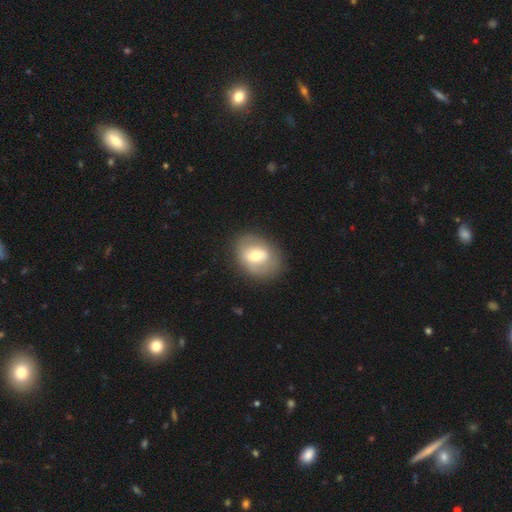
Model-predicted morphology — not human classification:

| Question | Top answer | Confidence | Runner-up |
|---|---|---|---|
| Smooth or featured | smooth | 47% | featured or disk (46%) |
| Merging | none | 80% | minor disturbance (13%) |